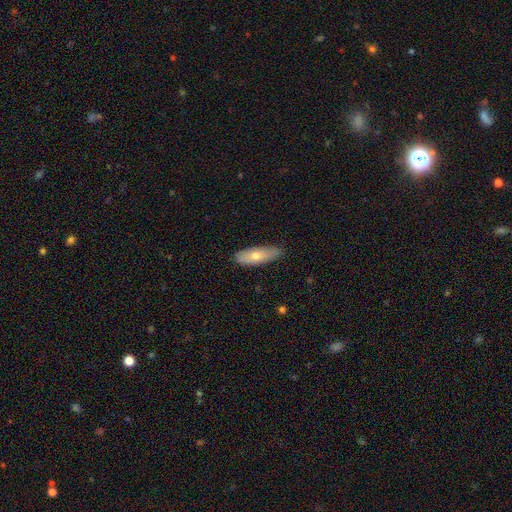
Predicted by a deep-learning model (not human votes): The model was most divided on "how rounded": in between: 52%, cigar-shaped: 45%, round: 2%. More confident: merging — none (84%); smooth or featured — smooth (66%).